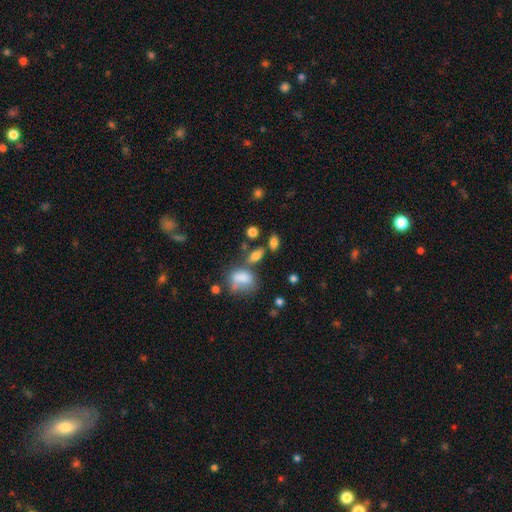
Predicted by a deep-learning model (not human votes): Morphology: type=smooth (72%); roundness=in between (76%); merging=none (52%).